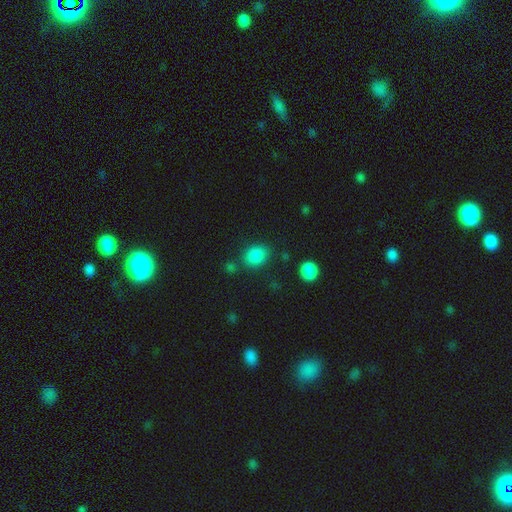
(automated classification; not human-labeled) This appears to be a smooth galaxy with no disk features (86%) that is round (50%). Merging: none (76%).